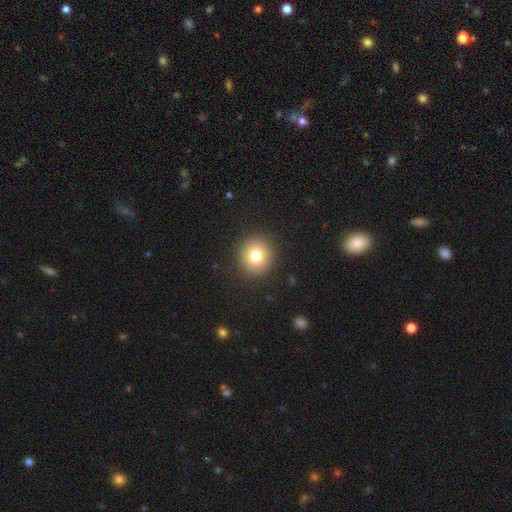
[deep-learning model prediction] Smooth or featured: smooth — 80% (star or artifact — 11%)
How rounded: round — 88% (in between — 12%)
Merging: none — 90% (minor disturbance — 6%)